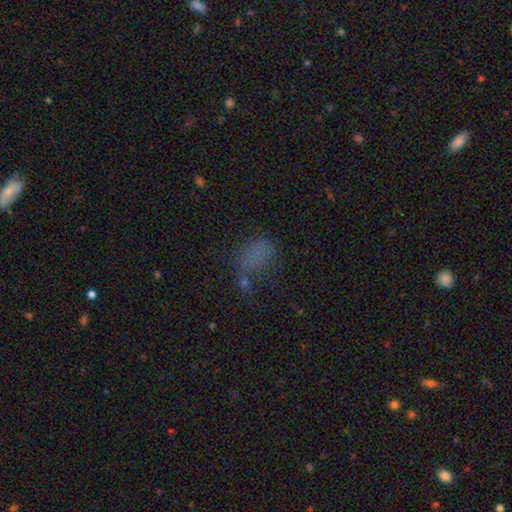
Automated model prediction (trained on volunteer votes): smooth-or-featured: smooth: 62% | star or artifact: 26% | featured or disk: 13%
  how-rounded: in between: 80% | round: 16% | cigar-shaped: 3%
  merging: none: 42% | major disturbance: 25% | minor disturbance: 21% | merger: 11%